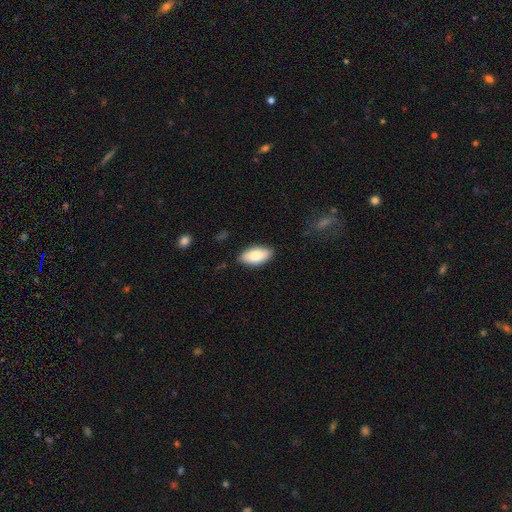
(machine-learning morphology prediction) Smooth or featured? smooth (84%)
How rounded? in between (92%)
Merging? none (86%)